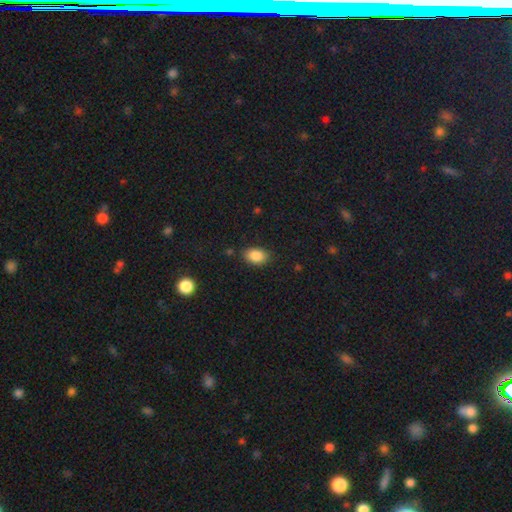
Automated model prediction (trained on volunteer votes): This appears to be a smooth galaxy with no disk features (87%) that is in between round and cigar-shaped (86%). Merging: none (83%).